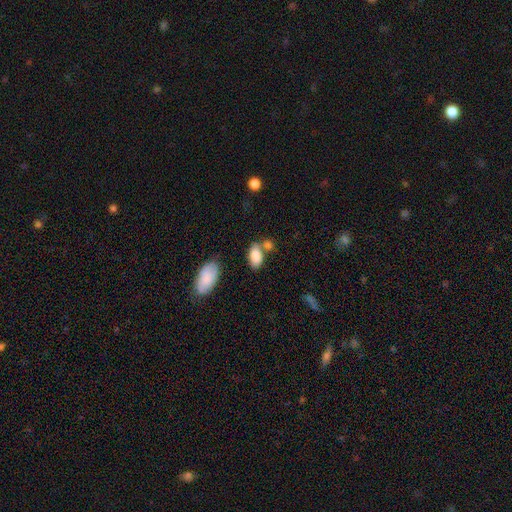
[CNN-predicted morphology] Q: Smooth or featured?
A: smooth (85%); runner-up: featured or disk (8%)
Q: How rounded?
A: in between (92%); runner-up: round (5%)
Q: Merging?
A: none (58%); runner-up: merger (21%)